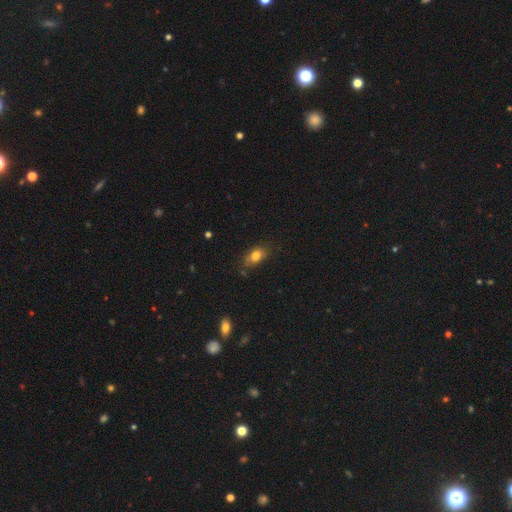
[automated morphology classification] type=smooth (80%); roundness=in between (78%); merging=none (68%).